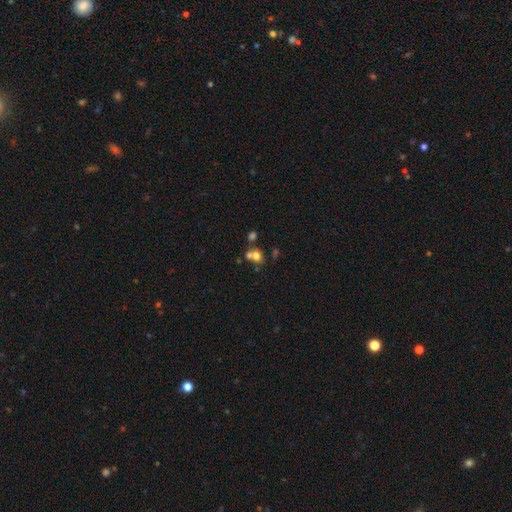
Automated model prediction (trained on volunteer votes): Overall: smooth (66%). How rounded: round (70%). Merging: merger (48%; none 40%).